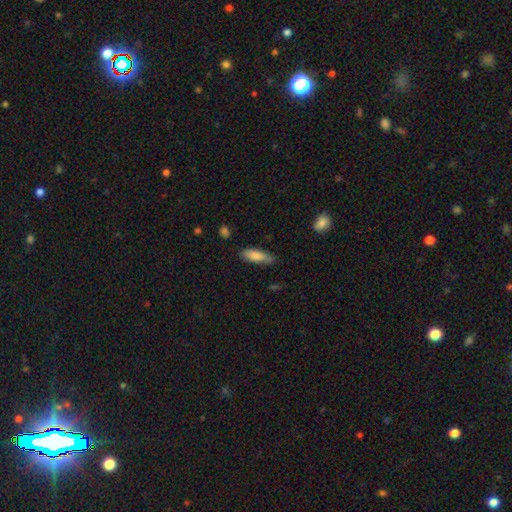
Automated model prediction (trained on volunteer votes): This appears to be a smooth galaxy with no disk features (82%) that is cigar-shaped (50%). Merging: none (75%).